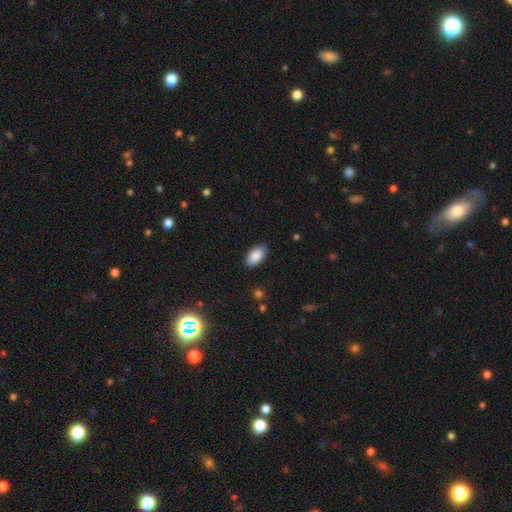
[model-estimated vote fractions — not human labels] Q: Smooth or featured?
A: smooth (89%); runner-up: star or artifact (7%)
Q: How rounded?
A: in between (95%); runner-up: cigar-shaped (3%)
Q: Merging?
A: none (87%); runner-up: minor disturbance (9%)